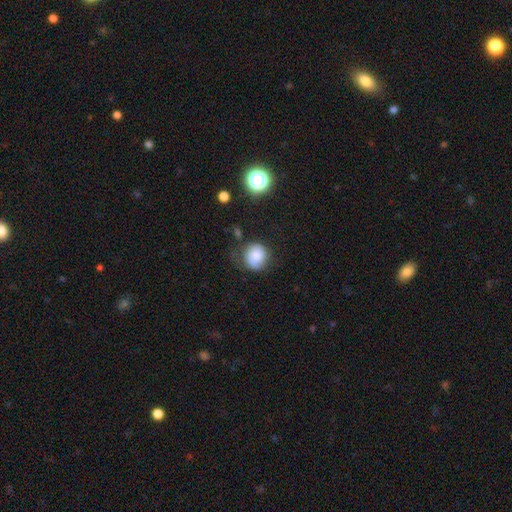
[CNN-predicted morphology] This appears to be a smooth galaxy with no disk features (75%) that is round (81%). Merging: none (59%).